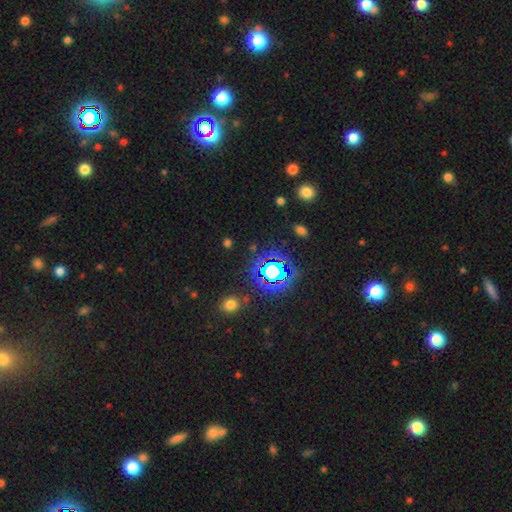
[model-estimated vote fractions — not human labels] The model was most divided on "smooth or featured": star or artifact: 76%, smooth: 16%, featured or disk: 8%.